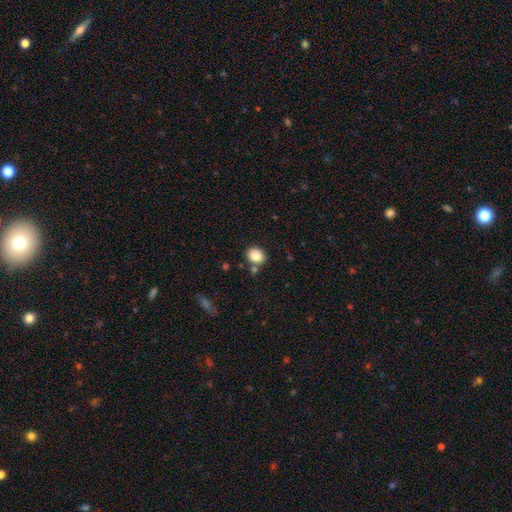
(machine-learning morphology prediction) Smooth or featured? Predicted: smooth (p=0.86). How rounded? Predicted: round (p=0.54). Merging? Predicted: none (p=0.79).